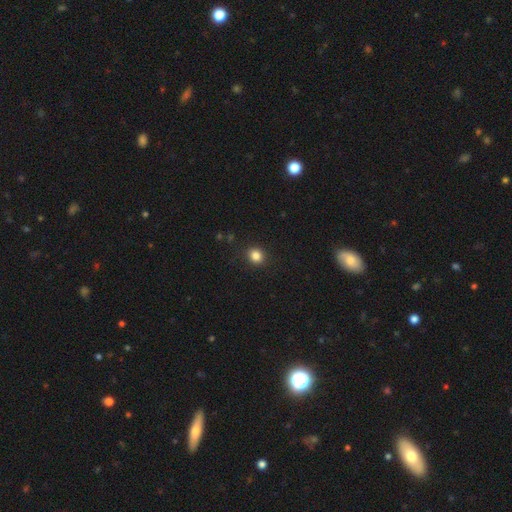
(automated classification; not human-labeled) smooth 84%, star or artifact 12%, featured or disk 4%. Down the decision tree: how rounded — round (80%); merging — none (90%).